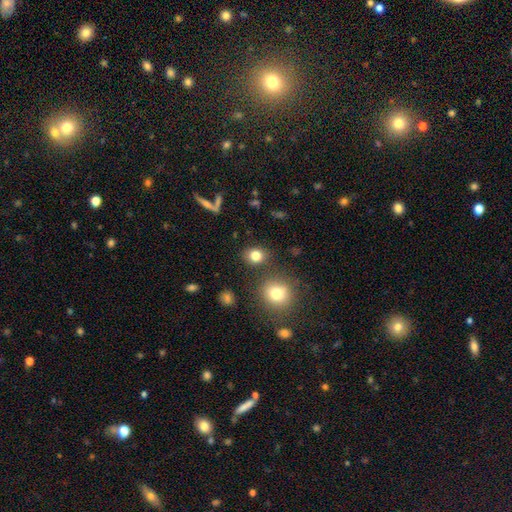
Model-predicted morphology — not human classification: The model was most divided on "how rounded": round: 66%, in between: 33%, cigar-shaped: 1%. More confident: merging — none (81%); smooth or featured — smooth (81%).